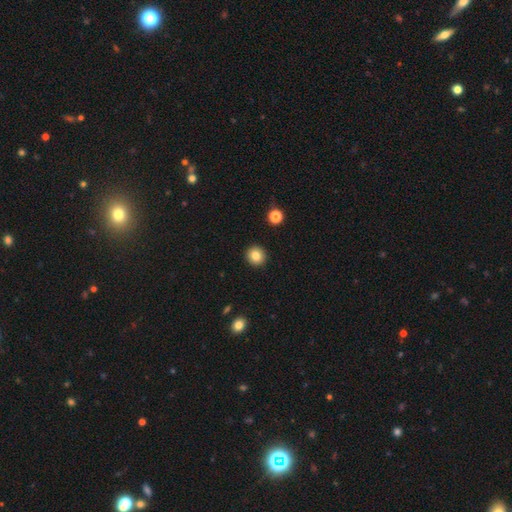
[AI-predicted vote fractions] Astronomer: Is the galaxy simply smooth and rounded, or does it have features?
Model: smooth — 83%.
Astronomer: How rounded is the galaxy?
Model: round — 92%.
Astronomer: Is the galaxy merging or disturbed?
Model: none — 93%.